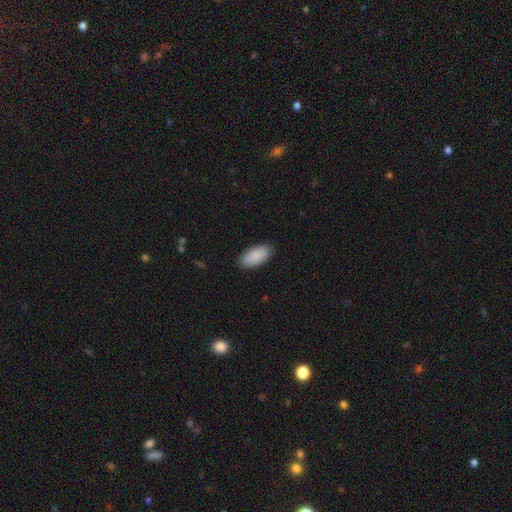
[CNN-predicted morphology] Smooth or featured? Predicted: smooth (p=0.91). How rounded? Predicted: in between (p=0.93). Merging? Predicted: none (p=0.88).